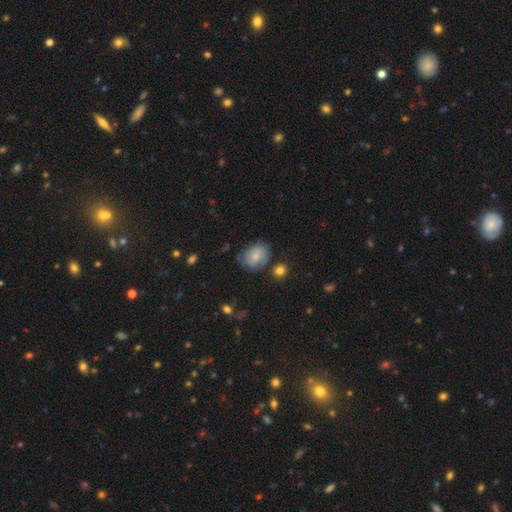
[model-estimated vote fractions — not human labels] Smooth or featured?
  - smooth: 73% *
  - featured or disk: 19%
  - star or artifact: 8%
How rounded?
  - round: 50% *
  - in between: 49%
  - cigar-shaped: 1%
Merging?
  - none: 64% *
  - minor disturbance: 24%
  - major disturbance: 7%
  - merger: 5%